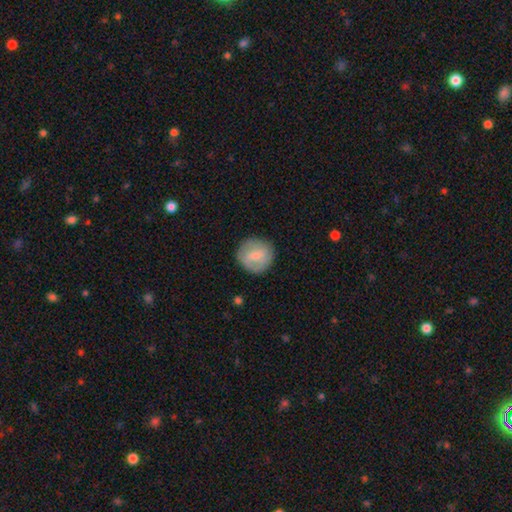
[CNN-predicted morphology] Smooth or featured: smooth — 66% (featured or disk — 27%)
How rounded: round — 90% (in between — 9%)
Merging: none — 83% (minor disturbance — 12%)